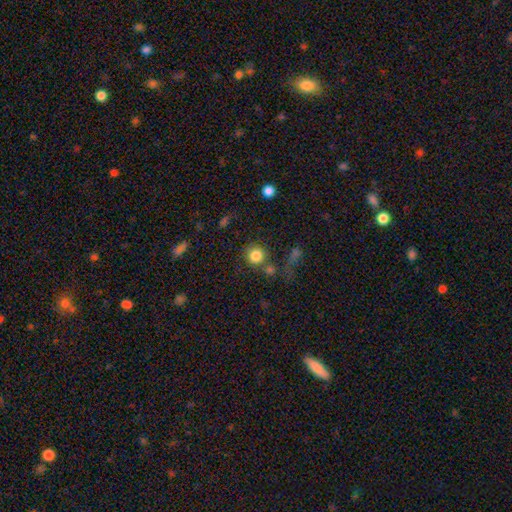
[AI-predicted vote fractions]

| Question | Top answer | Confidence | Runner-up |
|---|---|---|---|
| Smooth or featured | smooth | 83% | star or artifact (11%) |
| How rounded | round | 92% | in between (7%) |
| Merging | none | 70% | merger (14%) |